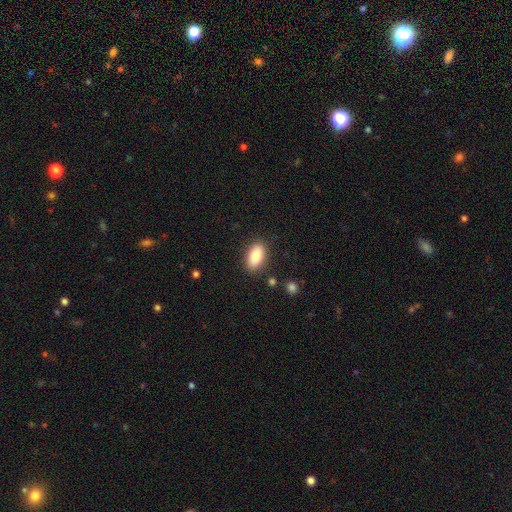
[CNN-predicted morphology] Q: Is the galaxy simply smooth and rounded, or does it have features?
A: smooth — 86%.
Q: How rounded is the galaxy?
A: in between — 90%.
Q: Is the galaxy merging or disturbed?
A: none — 86%.